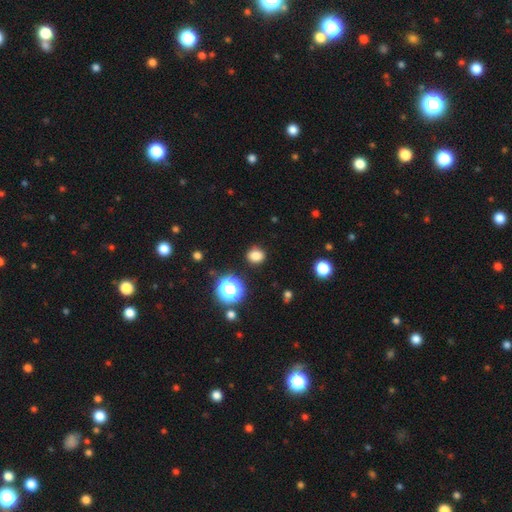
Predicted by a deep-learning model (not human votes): Overall: smooth (81%). How rounded: round (68%; in between 30%). Merging: none (87%).